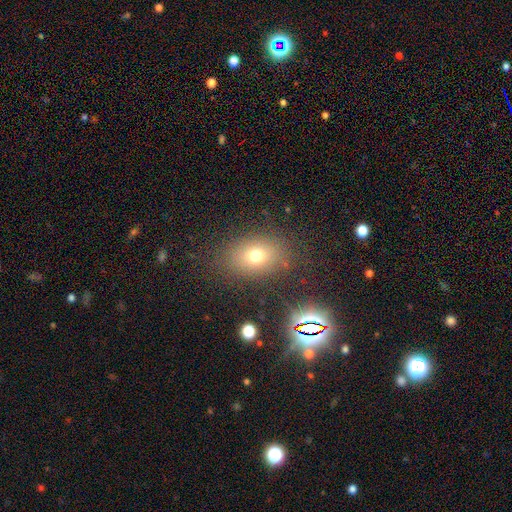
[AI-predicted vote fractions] This appears to be a smooth galaxy with no disk features (70%) that is in between round and cigar-shaped (70%). Merging: none (81%).